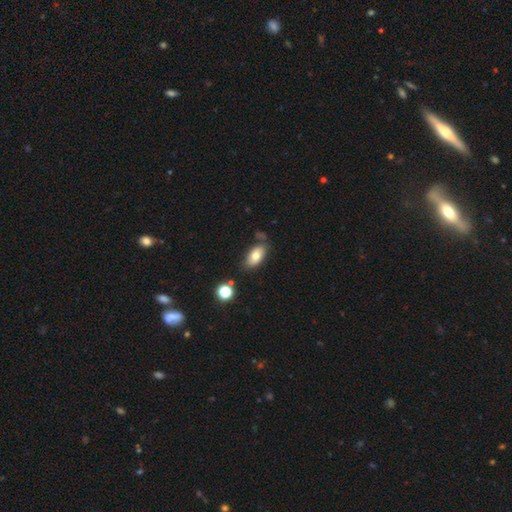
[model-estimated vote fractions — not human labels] smooth_or_featured: smooth (p=0.76) [alt: featured or disk p=0.15]
how_rounded: in between (p=0.91) [alt: round p=0.06]
merging: none (p=0.71) [alt: minor disturbance p=0.17]